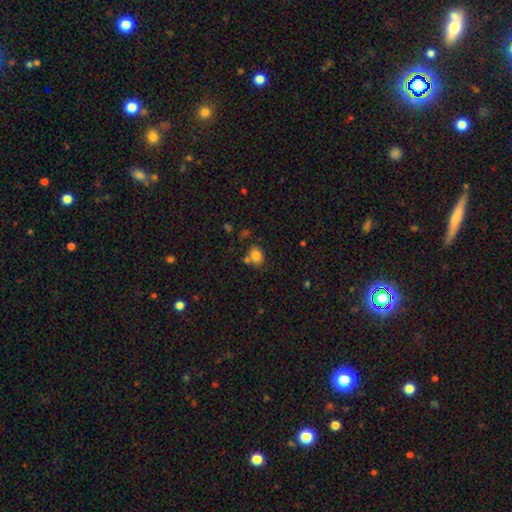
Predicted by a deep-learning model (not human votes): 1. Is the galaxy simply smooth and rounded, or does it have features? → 82% smooth, 11% star or artifact, 7% featured or disk.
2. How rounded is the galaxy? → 63% in between, 36% round, 1% cigar-shaped.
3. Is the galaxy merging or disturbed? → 60% none, 20% merger, 15% minor disturbance, 5% major disturbance.